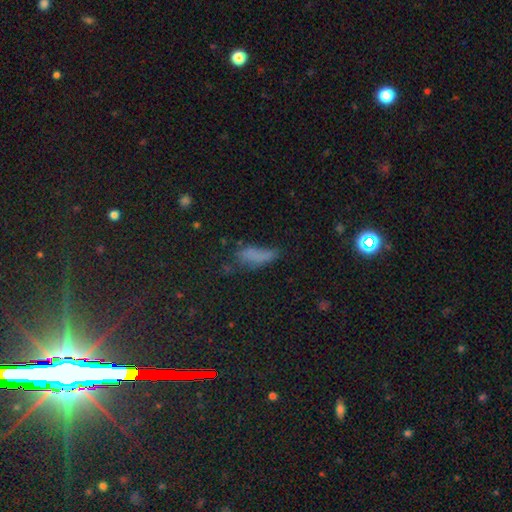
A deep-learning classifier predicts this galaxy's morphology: smooth 64%, star or artifact 22%, featured or disk 15%. Down the decision tree: how rounded — in between (61%); merging — none (39%).